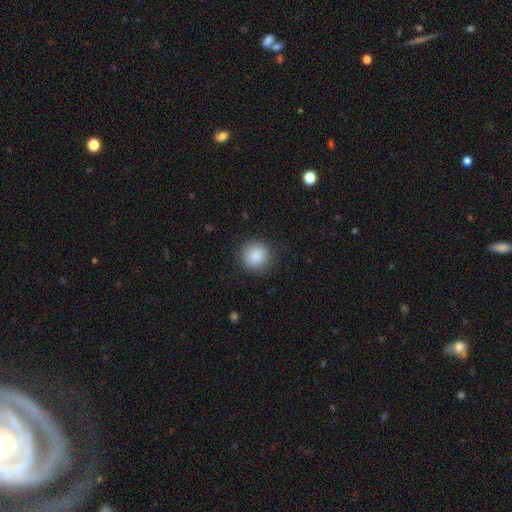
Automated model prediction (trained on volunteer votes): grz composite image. It shows a smooth galaxy with no disk features (88%) that is round (92%). Merging: none (88%).